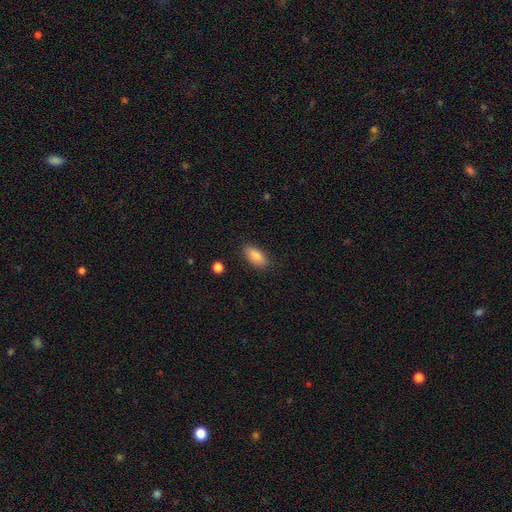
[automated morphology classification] smooth 85%, featured or disk 8%, star or artifact 7%. Down the decision tree: how rounded — in between (86%); merging — none (86%).